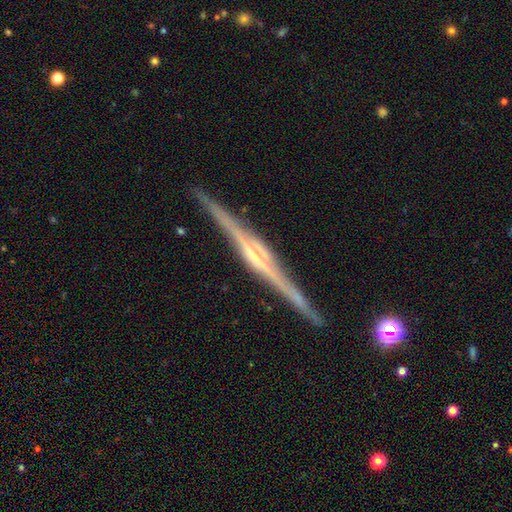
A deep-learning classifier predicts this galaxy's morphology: Q: Smooth or featured?
A: featured or disk (89%); runner-up: smooth (6%)
Q: Edge-on disk?
A: yes (98%); runner-up: no (2%)
Q: Edge-on bulge?
A: rounded (53%); runner-up: boxy (33%)
Q: Merging?
A: none (92%); runner-up: minor disturbance (6%)